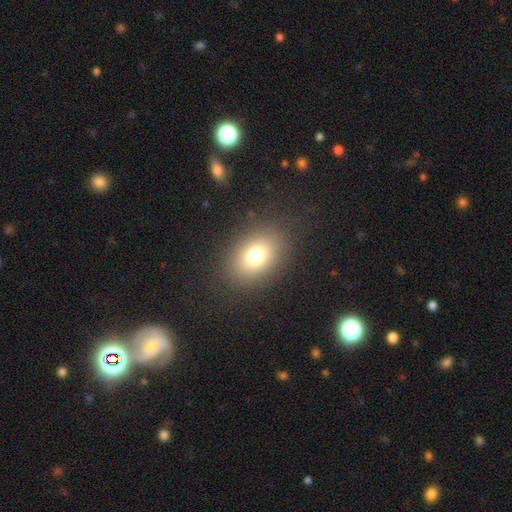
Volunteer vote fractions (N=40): Q: Smooth or featured?
A: smooth (78%); runner-up: featured or disk (12%)
Q: How rounded?
A: in between (71%); runner-up: round (29%)
Q: Merging?
A: none (78%); runner-up: minor disturbance (8%)